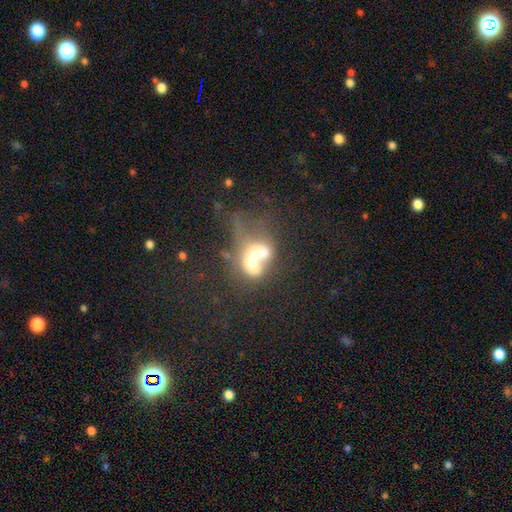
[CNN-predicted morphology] Overall: featured or disk (44%; smooth 42%). Merging: merger (59%; major disturbance 22%).